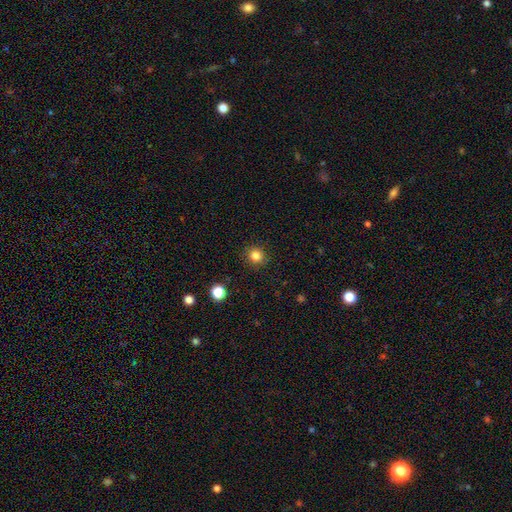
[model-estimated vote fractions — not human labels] Smooth or featured? Predicted: smooth (p=0.83). How rounded? Predicted: round (p=0.92). Merging? Predicted: none (p=0.91).